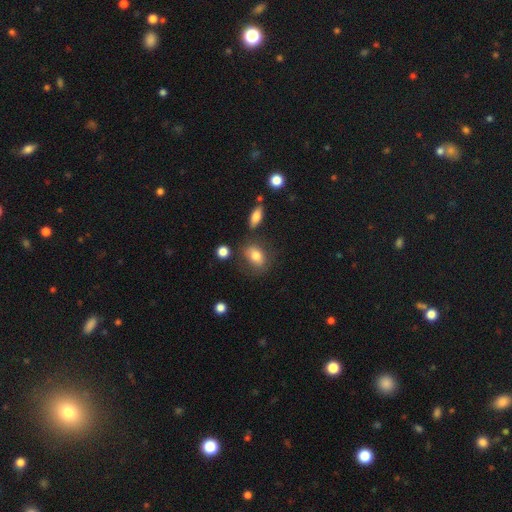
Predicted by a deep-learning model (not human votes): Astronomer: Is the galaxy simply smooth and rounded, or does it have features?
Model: smooth — 78%.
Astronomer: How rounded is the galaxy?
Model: in between — 77%.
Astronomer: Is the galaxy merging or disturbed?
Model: none — 67%.